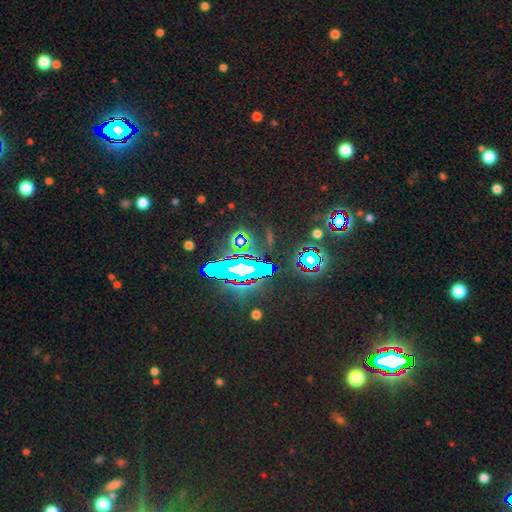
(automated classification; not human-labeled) This is clearly a star or artifact rather than a galaxy (82%).